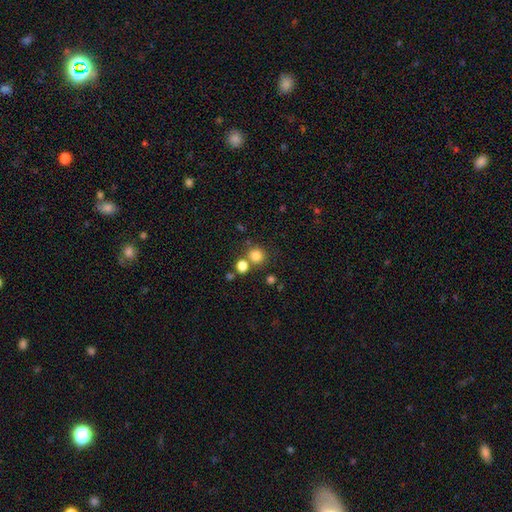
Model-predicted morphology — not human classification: Q: Smooth or featured?
A: smooth (81%); runner-up: star or artifact (14%)
Q: How rounded?
A: round (89%); runner-up: in between (10%)
Q: Merging?
A: none (70%); runner-up: merger (19%)